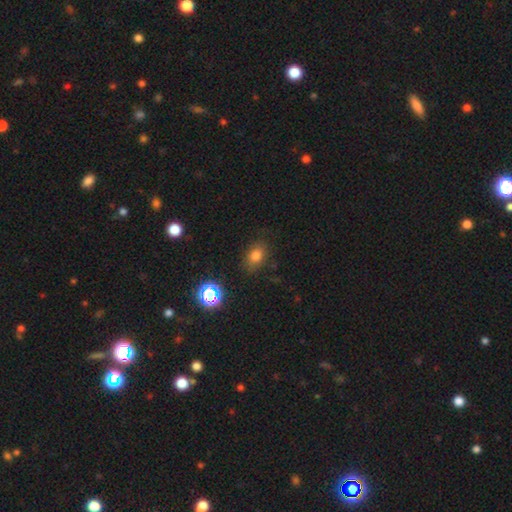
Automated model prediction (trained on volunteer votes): smooth-or-featured: smooth: 74% | star or artifact: 18% | featured or disk: 8%
  how-rounded: in between: 66% | round: 33% | cigar-shaped: 1%
  merging: none: 80% | minor disturbance: 14% | major disturbance: 5% | merger: 2%